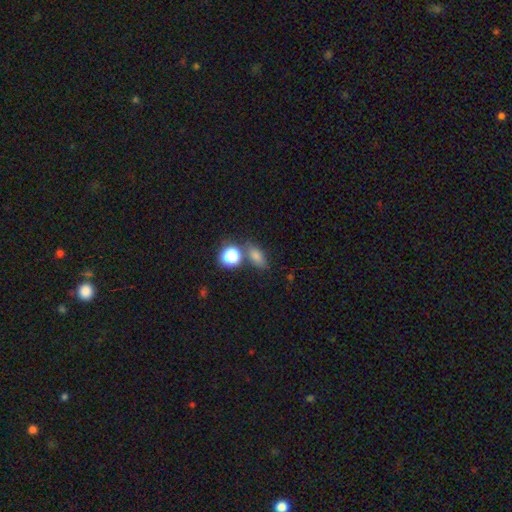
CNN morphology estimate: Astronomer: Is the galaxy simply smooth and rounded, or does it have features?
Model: smooth — 74%.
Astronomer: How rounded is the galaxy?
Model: in between — 65%.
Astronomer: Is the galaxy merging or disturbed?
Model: none — 66%.